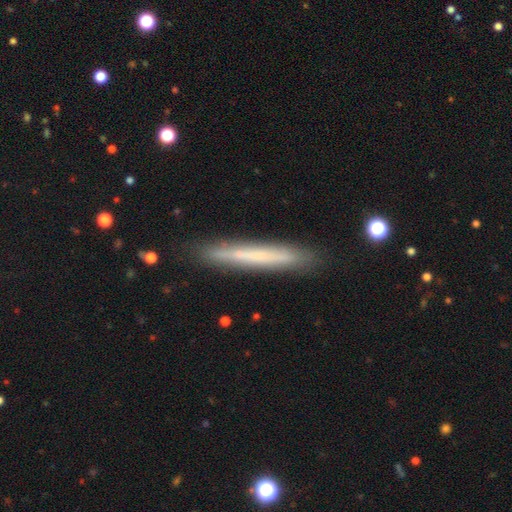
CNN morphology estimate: type=smooth (56%); roundness=cigar-shaped (96%); merging=none (88%).